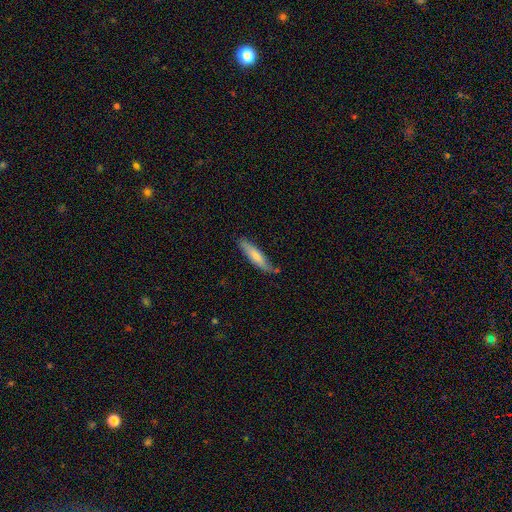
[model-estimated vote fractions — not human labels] Q: Smooth or featured?
A: smooth (74%); runner-up: featured or disk (21%)
Q: How rounded?
A: cigar-shaped (80%); runner-up: in between (19%)
Q: Merging?
A: none (72%); runner-up: minor disturbance (21%)